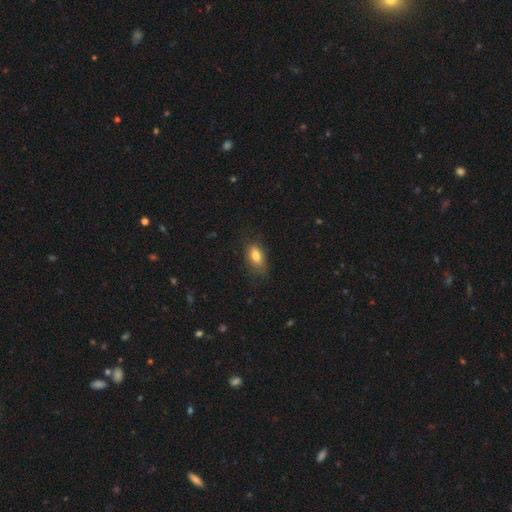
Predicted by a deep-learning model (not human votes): Morphology: type=smooth (78%); roundness=in between (85%); merging=none (68%).